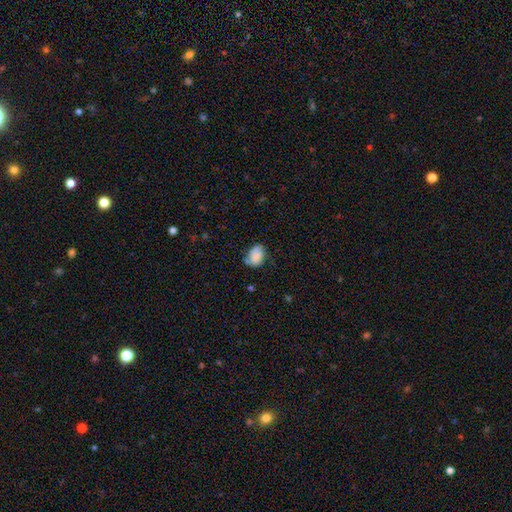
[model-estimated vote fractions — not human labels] Smooth or featured? smooth (77%)
How rounded? in between (76%)
Merging? none (50%)